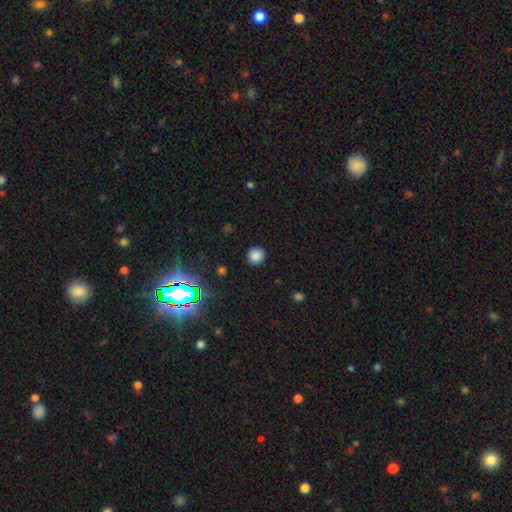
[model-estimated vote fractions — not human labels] This appears to be a smooth galaxy with no disk features (80%) that is round (92%). Merging: none (89%).